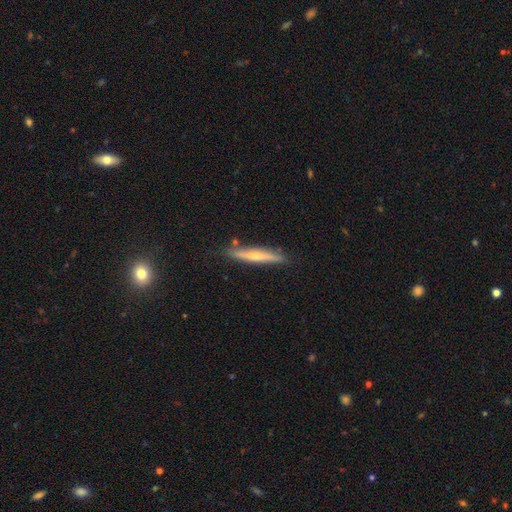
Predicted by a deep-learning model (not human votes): Smooth or featured? Predicted: featured or disk (p=0.52). Edge-on disk? Predicted: yes (p=0.94). Merging? Predicted: none (p=0.84).